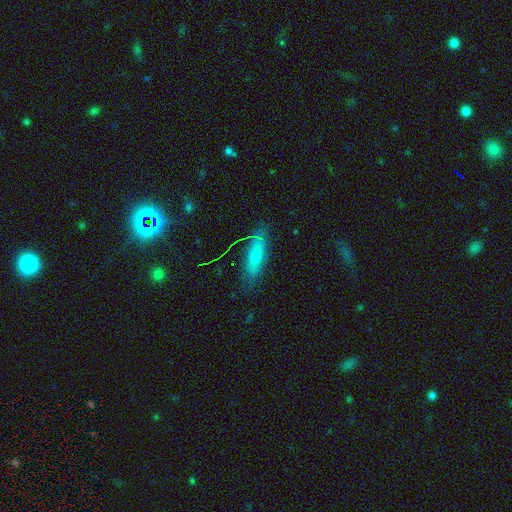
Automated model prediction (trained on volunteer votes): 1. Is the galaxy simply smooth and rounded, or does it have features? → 58% smooth, 31% featured or disk, 12% star or artifact.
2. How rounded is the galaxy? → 50% in between, 47% cigar-shaped, 3% round.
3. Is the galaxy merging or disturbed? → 75% none, 18% minor disturbance, 5% major disturbance, 2% merger.